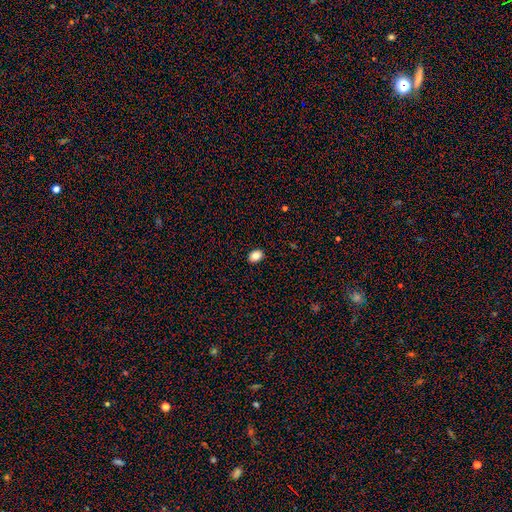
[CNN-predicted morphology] Smooth or featured: smooth — 85% (star or artifact — 9%)
How rounded: in between — 69% (round — 30%)
Merging: none — 91% (minor disturbance — 7%)